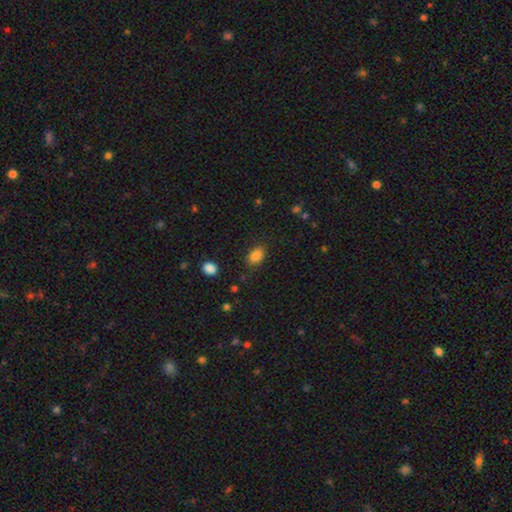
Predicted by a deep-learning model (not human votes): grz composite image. It shows a smooth galaxy with no disk features (86%) that is in between round and cigar-shaped (80%). Merging: none (83%).